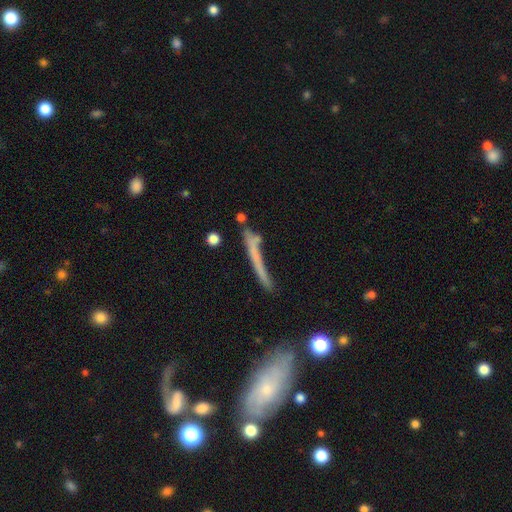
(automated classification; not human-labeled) Smooth or featured? smooth (47%)
Merging? none (56%)